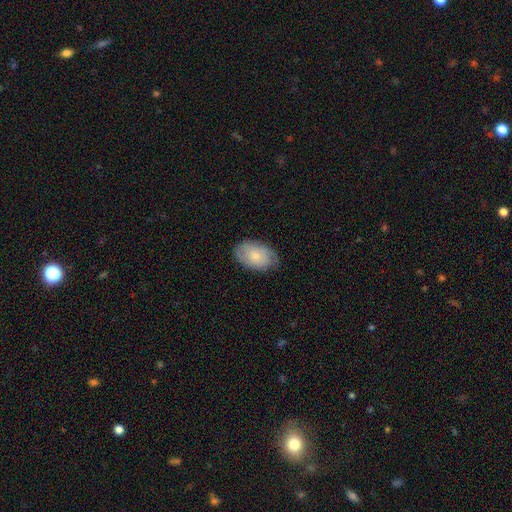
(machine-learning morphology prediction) Smooth or featured? smooth (61%)
How rounded? in between (90%)
Merging? none (77%)